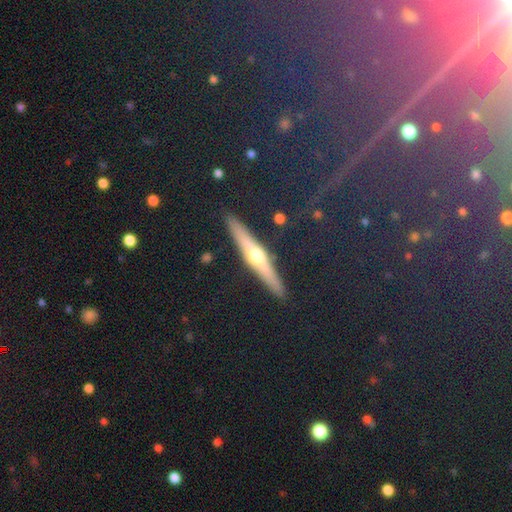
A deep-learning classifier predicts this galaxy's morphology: type=featured or disk (62%); edge-on=yes (94%); edge-on bulge=rounded (91%); merging=none (91%).